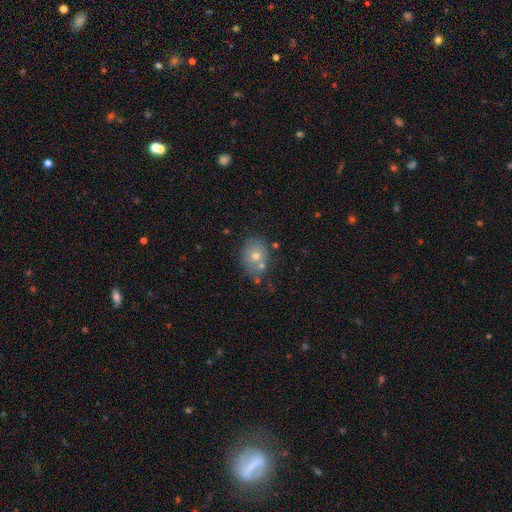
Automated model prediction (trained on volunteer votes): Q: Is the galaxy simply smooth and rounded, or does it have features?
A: smooth — 66%.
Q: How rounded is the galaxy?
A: in between — 50%.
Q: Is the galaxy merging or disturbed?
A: none — 61%.